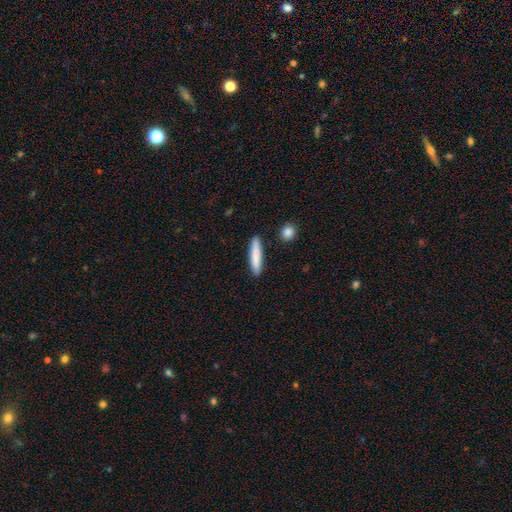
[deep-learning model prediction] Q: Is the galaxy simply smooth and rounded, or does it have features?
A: smooth — 74%.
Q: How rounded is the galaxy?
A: cigar-shaped — 84%.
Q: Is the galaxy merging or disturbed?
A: none — 87%.